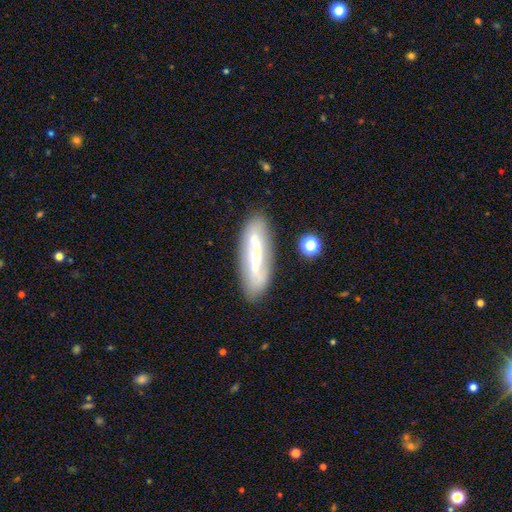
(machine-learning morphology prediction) smooth_or_featured: featured or disk (p=0.66) [alt: smooth p=0.27]
disk_edge_on: no (p=0.76) [alt: yes p=0.24]
bar: strong (p=0.46) [alt: weak p=0.31]
has_spiral_arms: yes (p=0.71) [alt: no p=0.29]
bulge_size: small (p=0.56) [alt: moderate p=0.30]
merging: none (p=0.79) [alt: minor disturbance p=0.13]